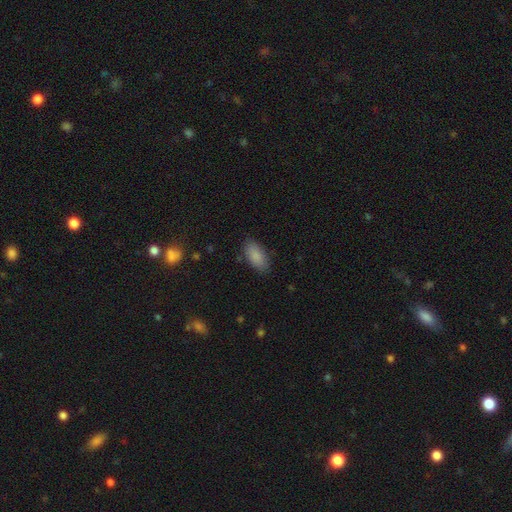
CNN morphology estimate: This is clearly a smooth galaxy (88%). How rounded: clearly in between (91%). Merging: clearly none (85%).